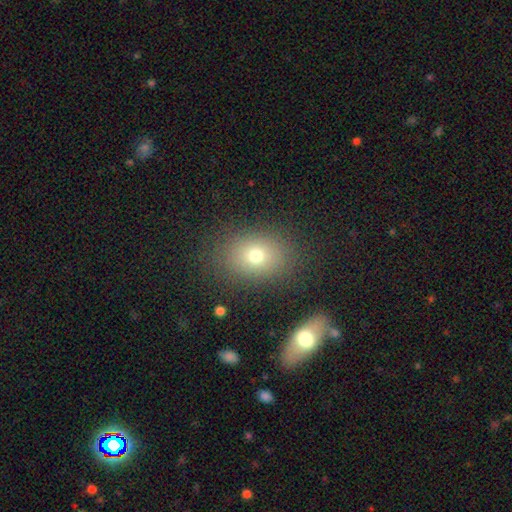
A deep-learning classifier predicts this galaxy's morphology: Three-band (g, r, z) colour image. It shows a smooth galaxy with no disk features (72%) that is in between round and cigar-shaped (64%). Merging: none (82%).